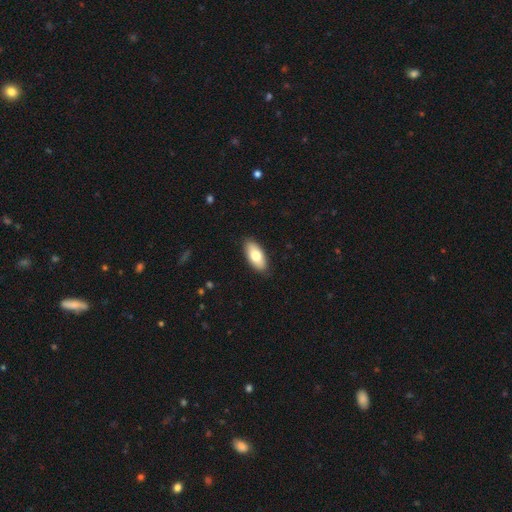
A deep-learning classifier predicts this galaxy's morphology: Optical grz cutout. It shows a smooth galaxy with no disk features (76%) that is in between round and cigar-shaped (89%). Merging: none (88%).